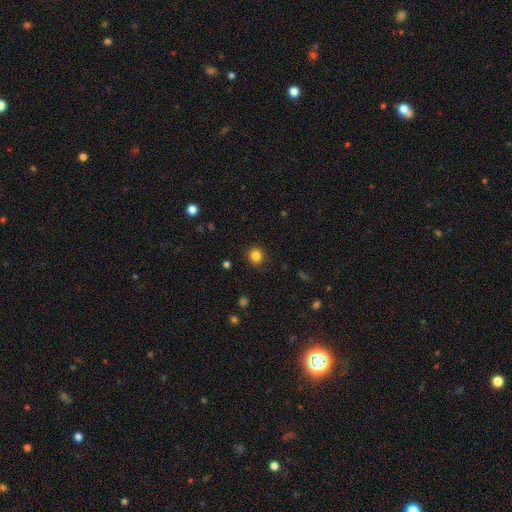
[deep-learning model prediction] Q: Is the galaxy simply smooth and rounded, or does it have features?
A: smooth — 83%.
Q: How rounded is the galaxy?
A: round — 92%.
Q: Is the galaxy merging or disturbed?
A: none — 90%.